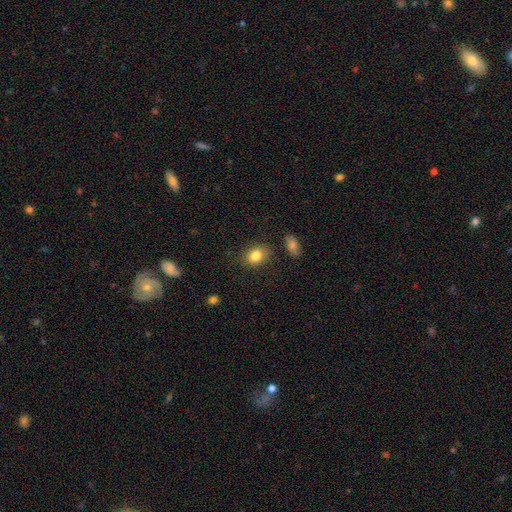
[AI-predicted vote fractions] A smooth galaxy with no disk features (83%) that is in between round and cigar-shaped (62%). Merging: none (82%).